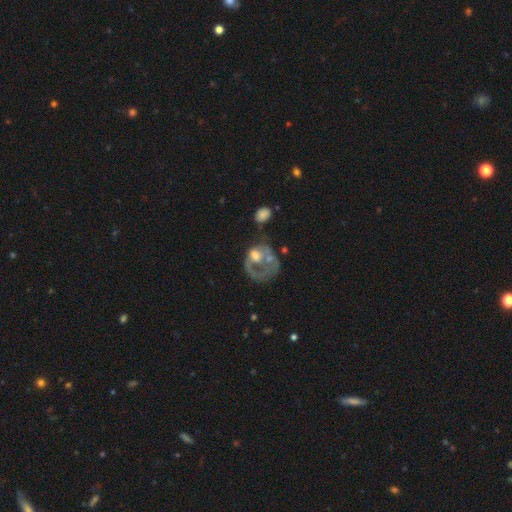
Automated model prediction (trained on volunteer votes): Smooth or featured: featured or disk — 62% (smooth — 30%)
Edge-on disk: no — 97% (yes — 3%)
Bar: no — 84% (weak — 13%)
Spiral arms: no — 69% (yes — 31%)
Bulge size: moderate — 46% (none — 19%)
Merging: major disturbance — 46% (none — 25%)